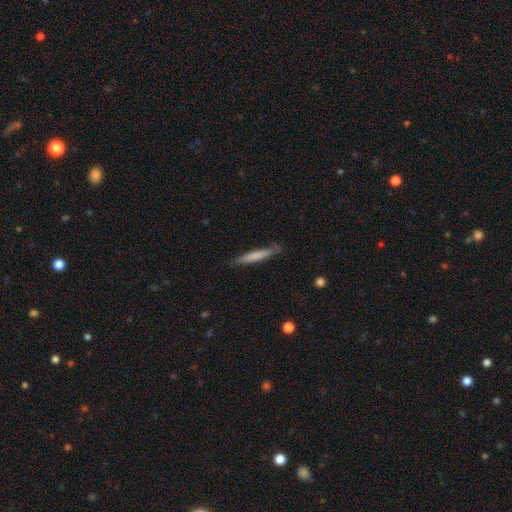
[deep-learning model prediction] Smooth or featured? Predicted: smooth (p=0.72). How rounded? Predicted: cigar-shaped (p=0.94). Merging? Predicted: none (p=0.83).